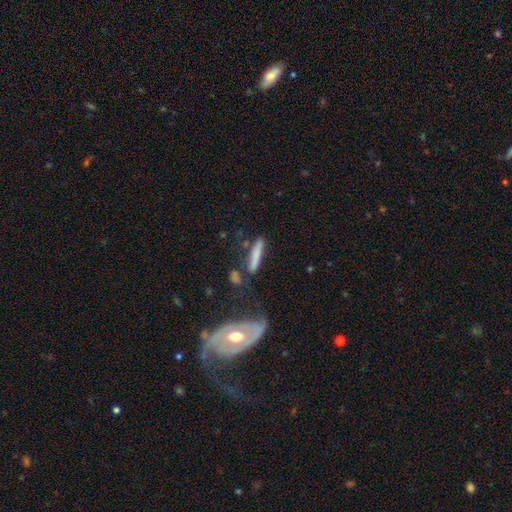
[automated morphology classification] Smooth or featured: smooth — 71% (featured or disk — 21%)
How rounded: cigar-shaped — 89% (in between — 9%)
Merging: none — 65% (minor disturbance — 16%)